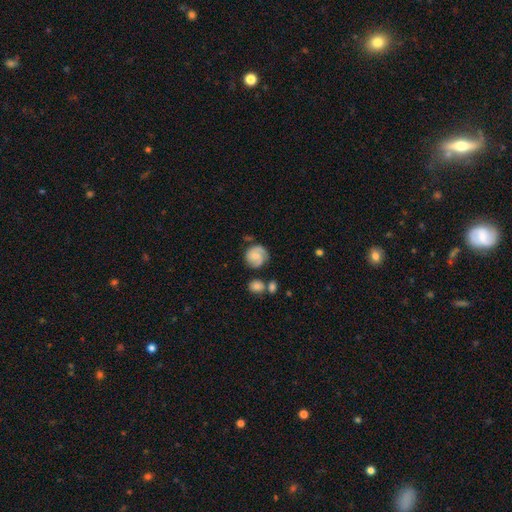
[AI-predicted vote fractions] A featured or disk galaxy (61%) with no bar (64%), 2 (54%) tight (55%) spiral arms (92%) and a small central bulge (52%). Merging: none (65%).